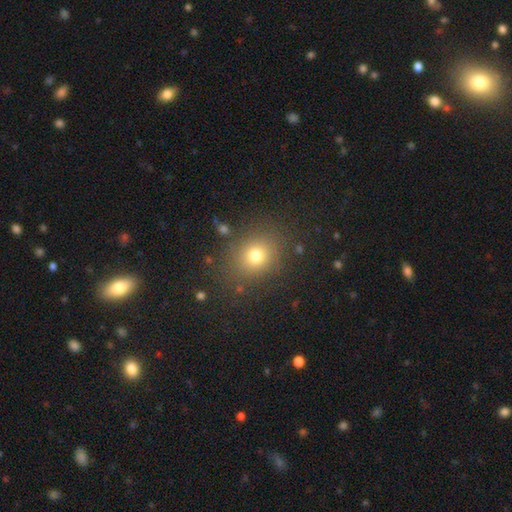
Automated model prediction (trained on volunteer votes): smooth-or-featured: smooth: 75% | star or artifact: 16% | featured or disk: 9%
  how-rounded: round: 68% | in between: 31% | cigar-shaped: 1%
  merging: none: 83% | minor disturbance: 10% | major disturbance: 5% | merger: 2%